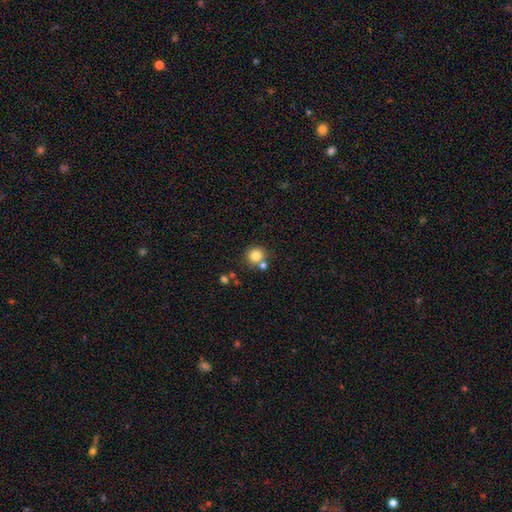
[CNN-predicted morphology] type=smooth (82%); roundness=round (89%); merging=none (67%).